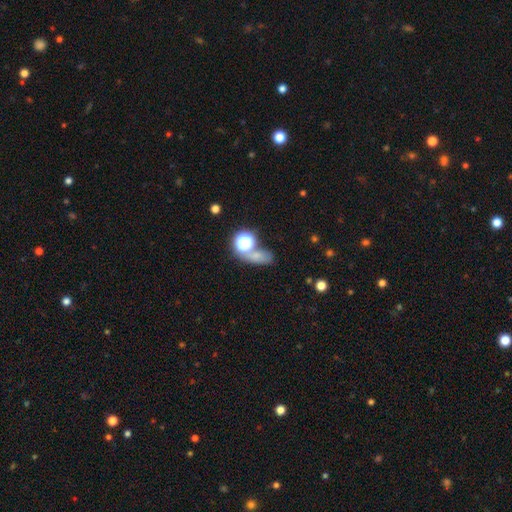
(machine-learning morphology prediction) smooth 61%, star or artifact 28%, featured or disk 12%. Down the decision tree: how rounded — in between (56%); merging — none (50%).